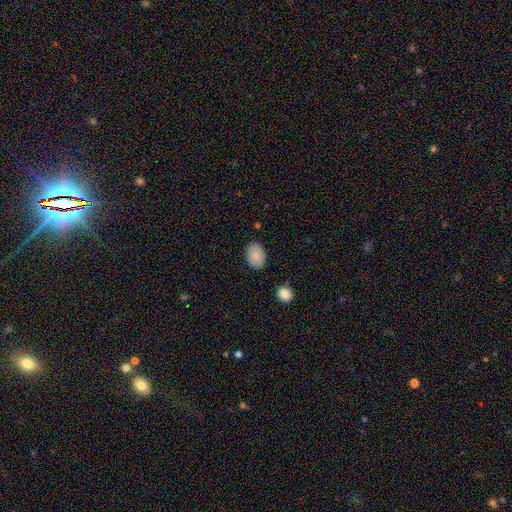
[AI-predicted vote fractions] This is clearly a smooth galaxy (84%). How rounded: clearly in between (80%). Merging: clearly none (85%).